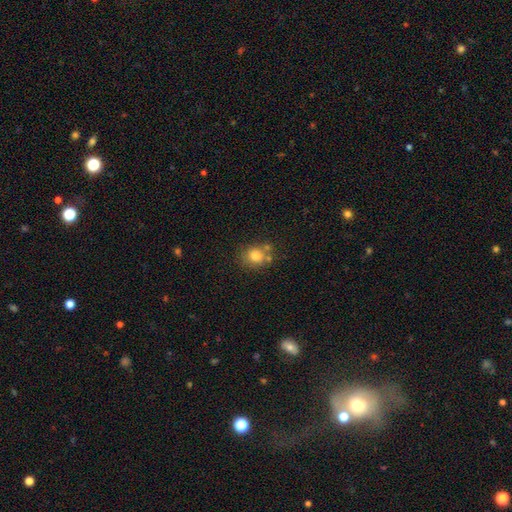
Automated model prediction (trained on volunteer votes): Smooth or featured?
  - smooth: 79% *
  - star or artifact: 11%
  - featured or disk: 10%
How rounded?
  - round: 70% *
  - in between: 30%
  - cigar-shaped: 1%
Merging?
  - none: 62% *
  - merger: 18%
  - minor disturbance: 15%
  - major disturbance: 5%